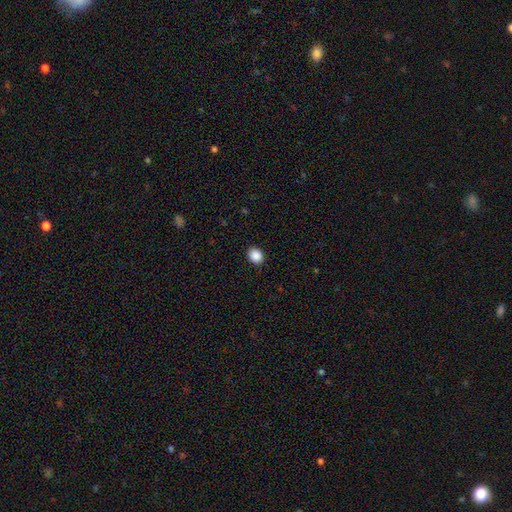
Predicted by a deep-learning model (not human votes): A smooth galaxy with no disk features (89%) that is round (58%).

Vote fractions:
- Smooth or featured? smooth: 89% / star or artifact: 9% / featured or disk: 2%
- How rounded? round: 58% / in between: 41% / cigar-shaped: 1%
- Merging? none: 91% / minor disturbance: 6% / major disturbance: 2% / merger: 1%